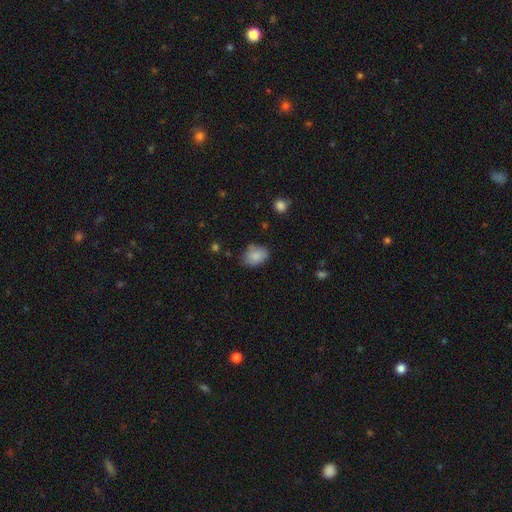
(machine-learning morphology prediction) type=smooth (86%); roundness=in between (68%); merging=none (68%).